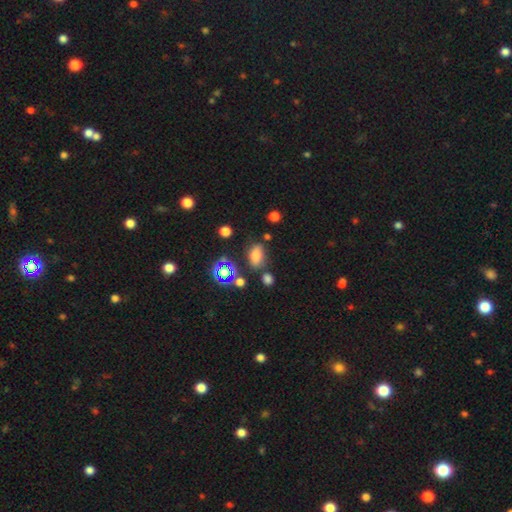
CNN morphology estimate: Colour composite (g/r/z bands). It shows a smooth galaxy with no disk features (68%) that is in between round and cigar-shaped (83%). Merging: none (71%).